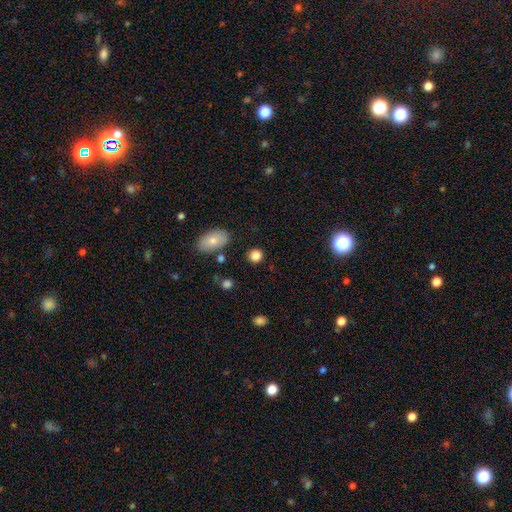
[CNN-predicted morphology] Smooth or featured? Predicted: smooth (p=0.85). How rounded? Predicted: round (p=0.83). Merging? Predicted: none (p=0.85).